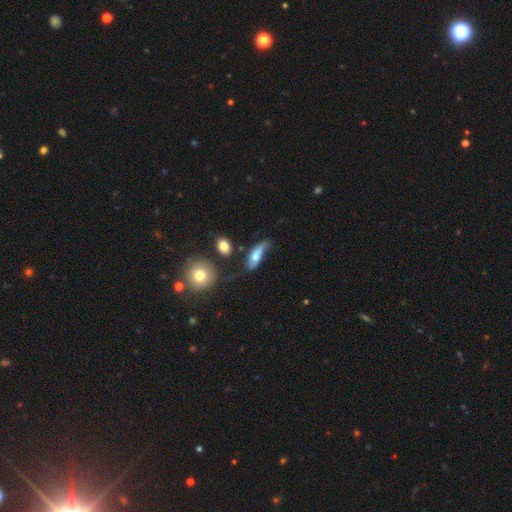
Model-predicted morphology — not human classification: Smooth or featured? Predicted: smooth (p=0.49). Merging? Predicted: none (p=0.41).